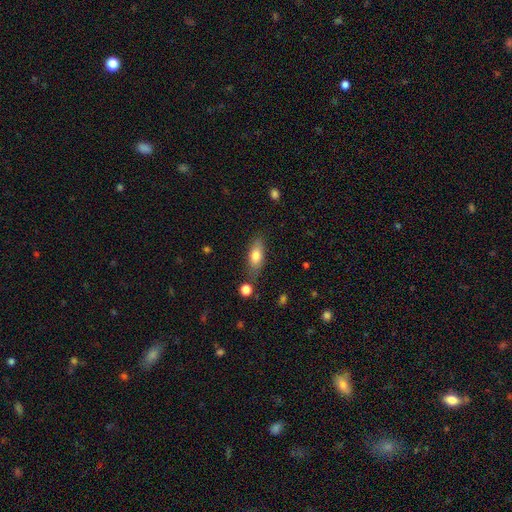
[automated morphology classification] The model was most divided on "how rounded": in between: 75%, cigar-shaped: 21%, round: 4%. More confident: smooth or featured — smooth (75%); merging — none (74%).